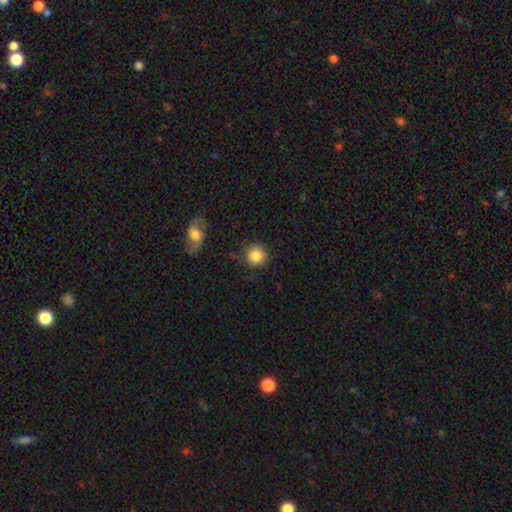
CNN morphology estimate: Smooth or featured: smooth — 85% (star or artifact — 9%)
How rounded: round — 93% (in between — 6%)
Merging: none — 80% (minor disturbance — 13%)